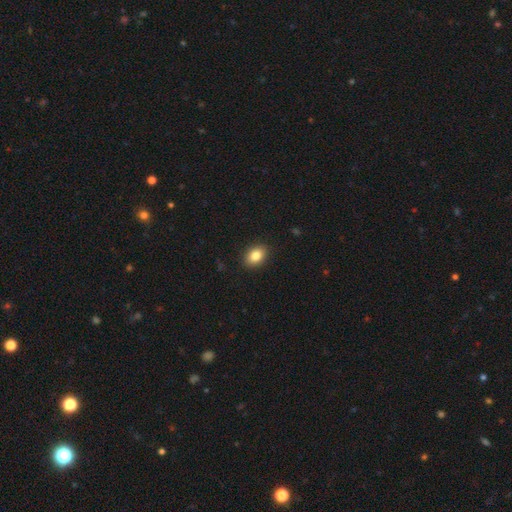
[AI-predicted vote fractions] Morphology: type=smooth (84%); roundness=in between (76%); merging=none (90%).